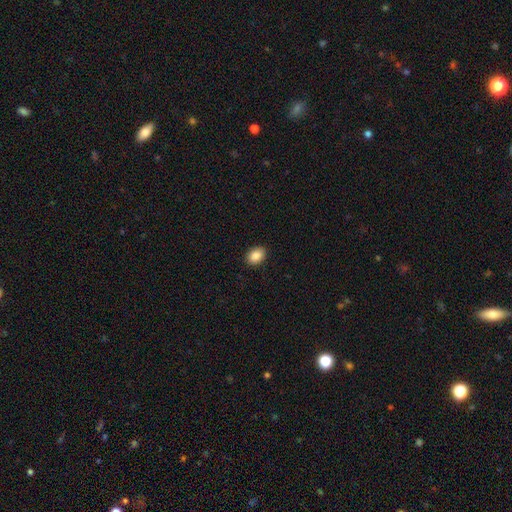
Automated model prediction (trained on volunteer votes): smooth-or-featured: smooth: 87% | star or artifact: 8% | featured or disk: 4%
  how-rounded: in between: 74% | round: 25% | cigar-shaped: 1%
  merging: none: 91% | minor disturbance: 7% | major disturbance: 2% | merger: 1%